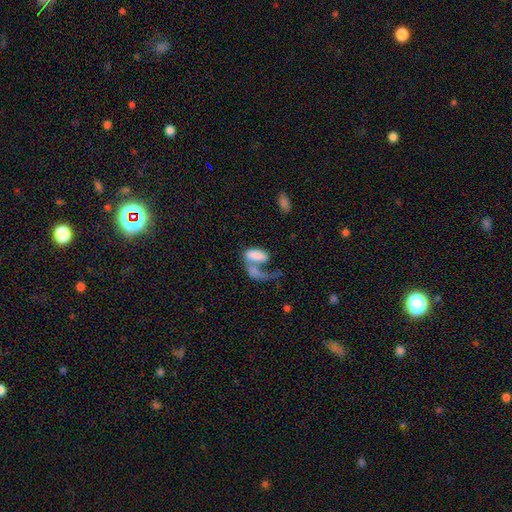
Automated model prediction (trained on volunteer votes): A smooth galaxy with no disk features (70%) that is in between round and cigar-shaped (88%). Merging: merger (51%).